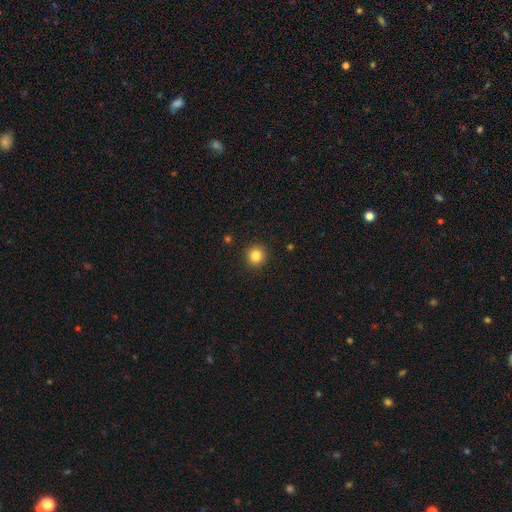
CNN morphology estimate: smooth-or-featured: smooth: 84% | star or artifact: 11% | featured or disk: 5%
  how-rounded: round: 93% | in between: 6% | cigar-shaped: 1%
  merging: none: 92% | minor disturbance: 5% | major disturbance: 2% | merger: 1%